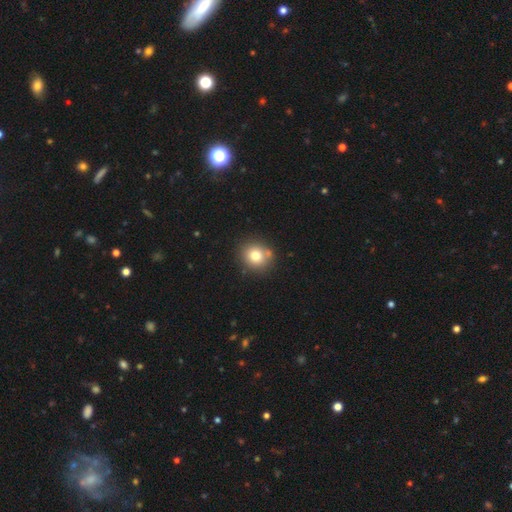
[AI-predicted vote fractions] Overall: smooth (77%). How rounded: round (79%). Merging: none (78%).